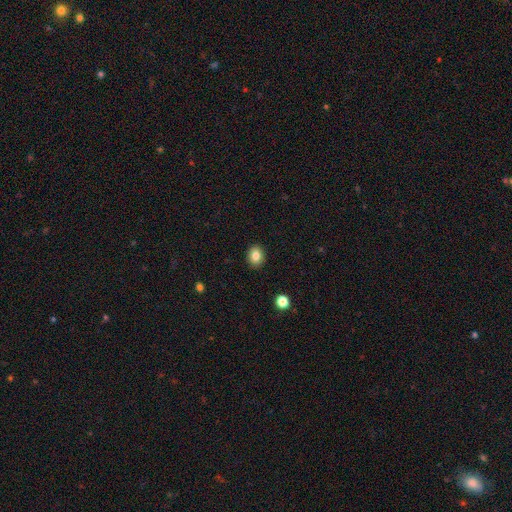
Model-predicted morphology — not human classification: The model was most divided on "how rounded": round: 50%, in between: 49%, cigar-shaped: 1%. More confident: merging — none (90%); smooth or featured — smooth (84%).